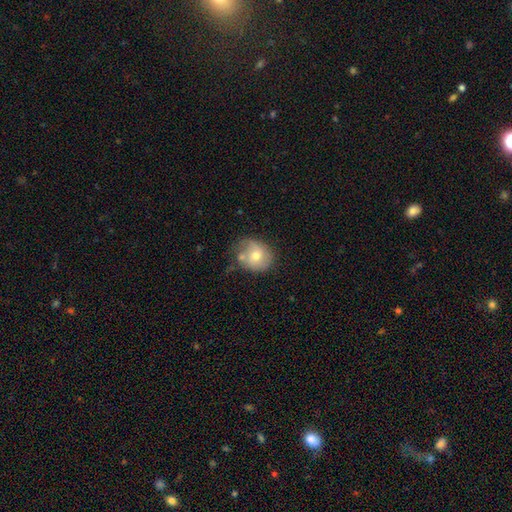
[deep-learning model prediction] This appears to be a smooth galaxy with no disk features (59%) that is round (66%). Merging: none (47%).